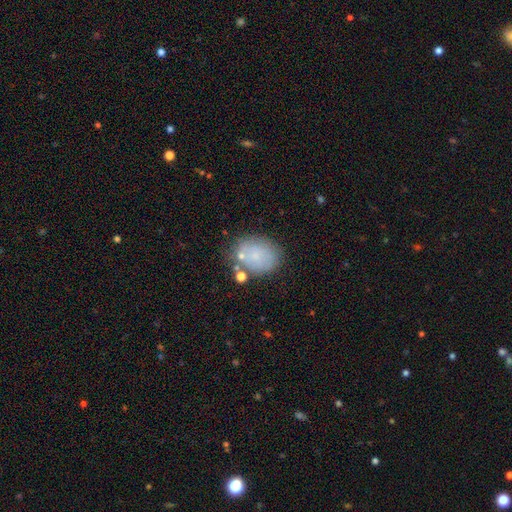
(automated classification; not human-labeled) smooth 68%, featured or disk 21%, star or artifact 11%. Down the decision tree: how rounded — in between (53%); merging — none (65%).